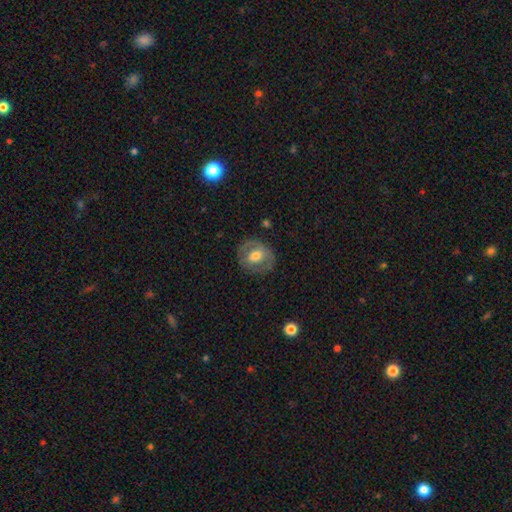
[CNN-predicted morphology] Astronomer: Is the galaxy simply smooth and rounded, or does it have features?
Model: smooth — 49% (runner-up: featured or disk, 44%).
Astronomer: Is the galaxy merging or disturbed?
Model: none — 79%.